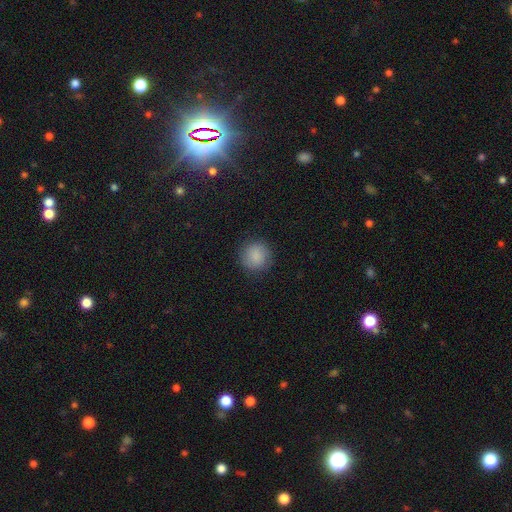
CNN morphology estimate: This is clearly a smooth galaxy (87%). How rounded: clearly round (93%). Merging: clearly none (87%).